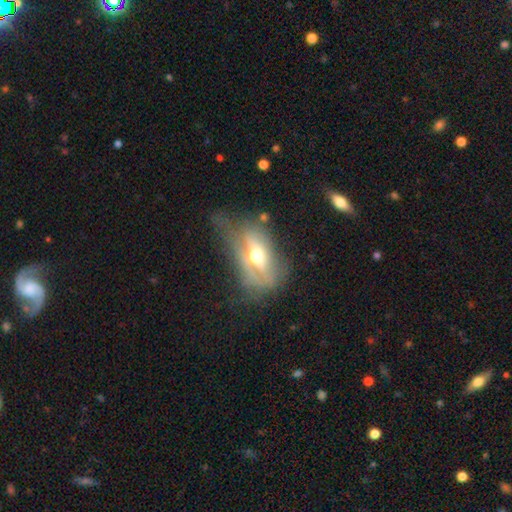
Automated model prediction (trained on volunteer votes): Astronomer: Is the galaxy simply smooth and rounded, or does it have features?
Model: featured or disk — 55% (runner-up: smooth, 36%).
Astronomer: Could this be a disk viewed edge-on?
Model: no — 61% (runner-up: yes, 39%).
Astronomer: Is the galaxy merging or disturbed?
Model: none — 35% (runner-up: major disturbance, 33%).